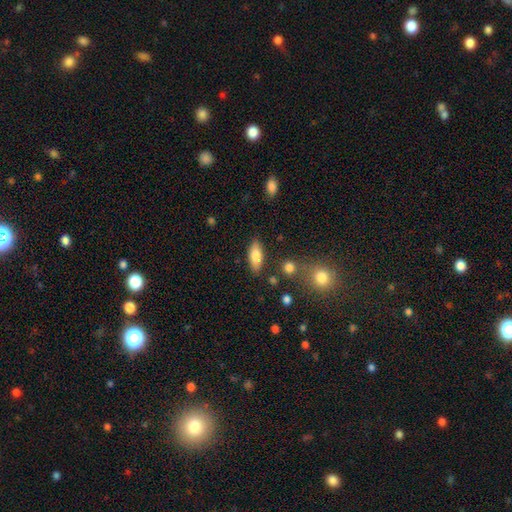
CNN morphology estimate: A smooth galaxy with no disk features (78%) that is in between round and cigar-shaped (80%). Merging: none (83%).